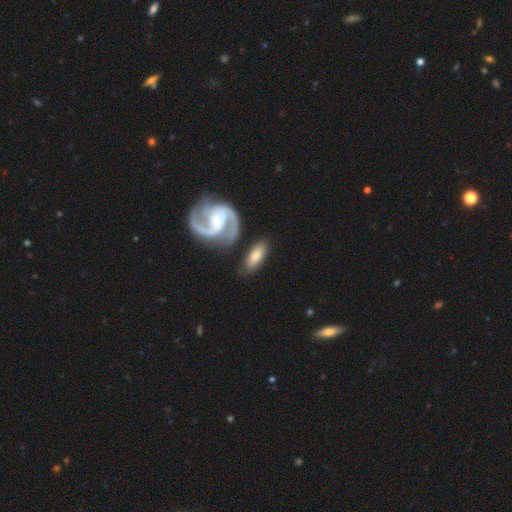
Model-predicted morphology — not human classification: A smooth galaxy with no disk features (61%) that is in between round and cigar-shaped (85%). Merging: none (73%).